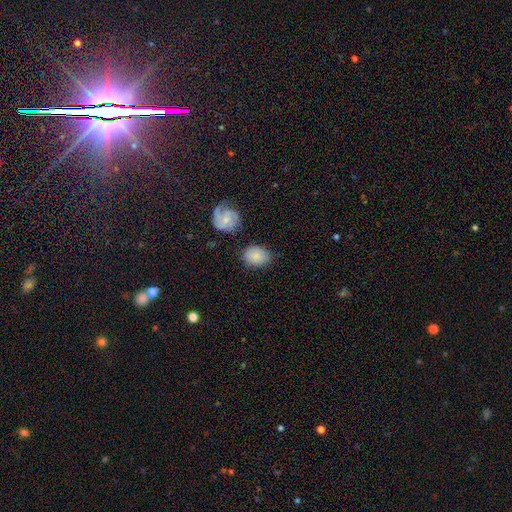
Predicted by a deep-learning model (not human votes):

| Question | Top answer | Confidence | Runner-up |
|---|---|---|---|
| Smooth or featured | smooth | 81% | featured or disk (12%) |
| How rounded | in between | 60% | round (39%) |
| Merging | none | 73% | minor disturbance (16%) |